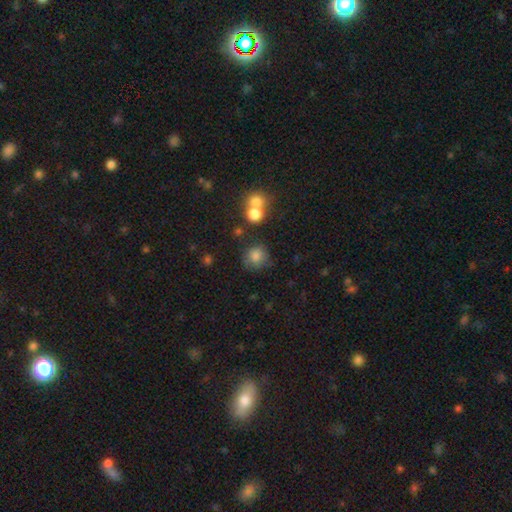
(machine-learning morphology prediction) This appears to be a smooth galaxy with no disk features (81%) that is round (84%). Merging: none (67%).